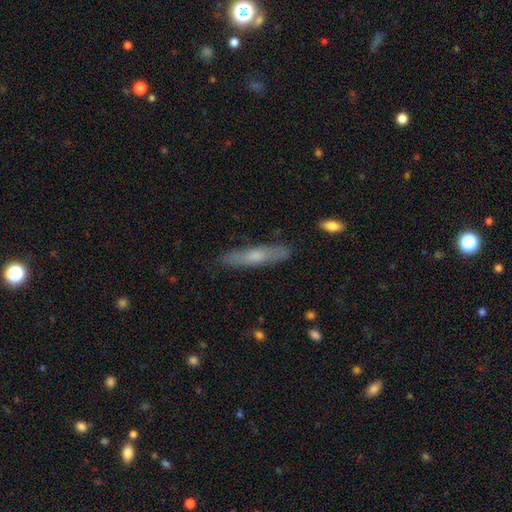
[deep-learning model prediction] smooth-or-featured: smooth: 55% | featured or disk: 39% | star or artifact: 6%
  how-rounded: cigar-shaped: 86% | in between: 13% | round: 2%
  merging: none: 85% | minor disturbance: 12% | major disturbance: 2% | merger: 1%